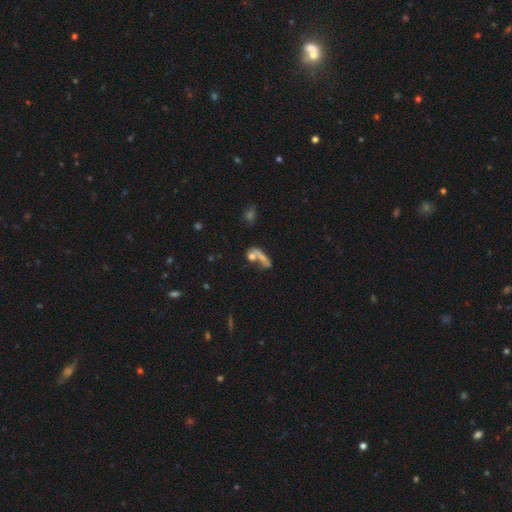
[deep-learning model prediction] Smooth or featured? smooth (61%)
How rounded? cigar-shaped (39%)
Merging? none (39%)